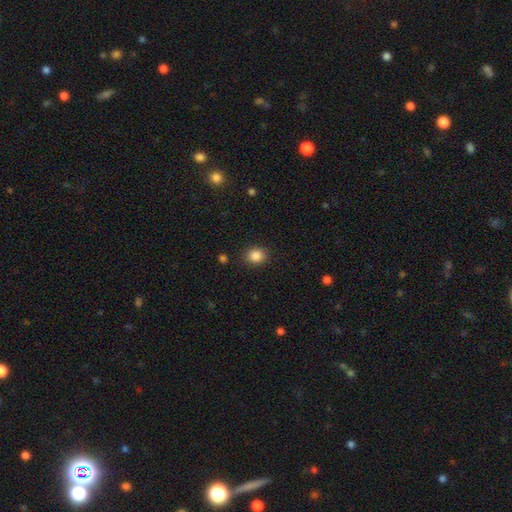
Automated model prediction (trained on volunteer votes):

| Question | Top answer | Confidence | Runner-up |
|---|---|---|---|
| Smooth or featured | smooth | 86% | star or artifact (10%) |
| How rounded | round | 66% | in between (33%) |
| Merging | none | 87% | minor disturbance (9%) |